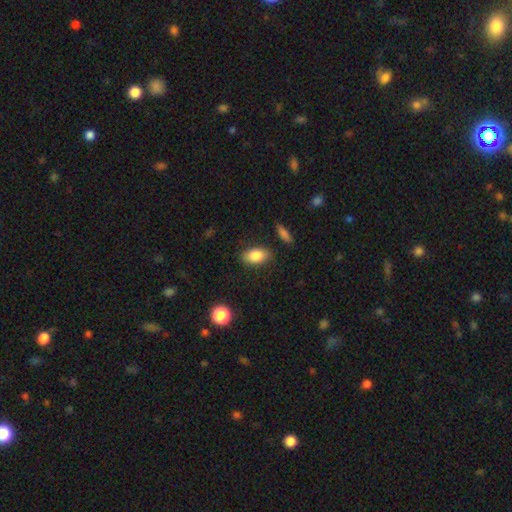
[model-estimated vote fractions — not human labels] Smooth or featured? smooth (84%)
How rounded? in between (89%)
Merging? none (83%)